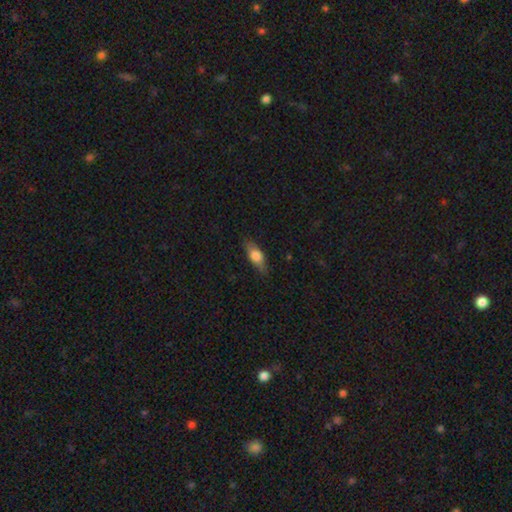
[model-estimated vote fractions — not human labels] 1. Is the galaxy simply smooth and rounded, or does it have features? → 67% smooth, 27% featured or disk, 7% star or artifact.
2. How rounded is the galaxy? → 68% in between, 28% cigar-shaped, 4% round.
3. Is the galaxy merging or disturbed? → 83% none, 13% minor disturbance, 3% major disturbance, 1% merger.